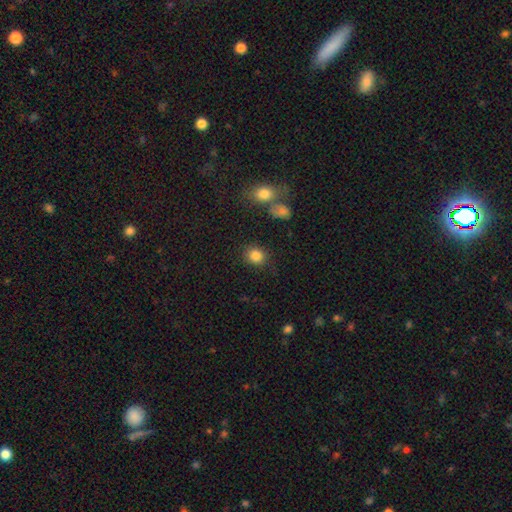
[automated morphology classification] type=smooth (85%); roundness=round (77%); merging=none (85%).